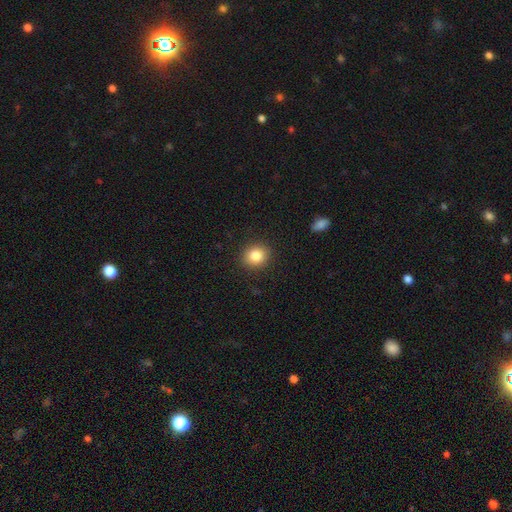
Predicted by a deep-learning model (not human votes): Smooth or featured: smooth — 84% (star or artifact — 10%)
How rounded: round — 80% (in between — 19%)
Merging: none — 90% (minor disturbance — 7%)